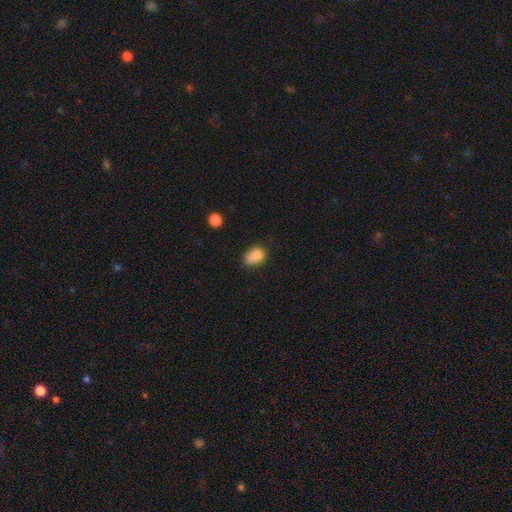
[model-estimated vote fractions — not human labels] This appears to be a smooth galaxy with no disk features (84%) that is in between round and cigar-shaped (65%). Merging: none (57%).